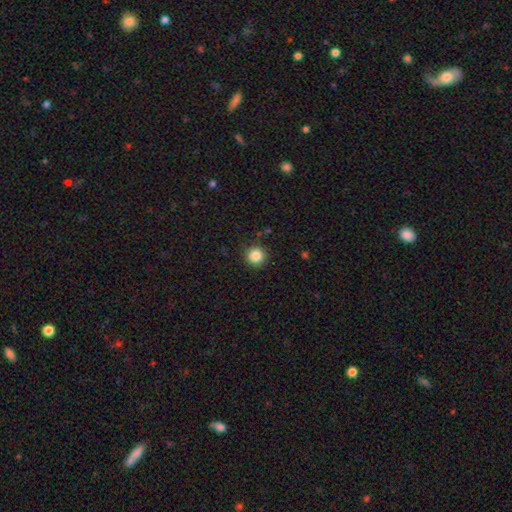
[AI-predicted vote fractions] The model was most divided on "smooth or featured": smooth: 85%, star or artifact: 11%, featured or disk: 4%. More confident: how rounded — round (95%); merging — none (91%).